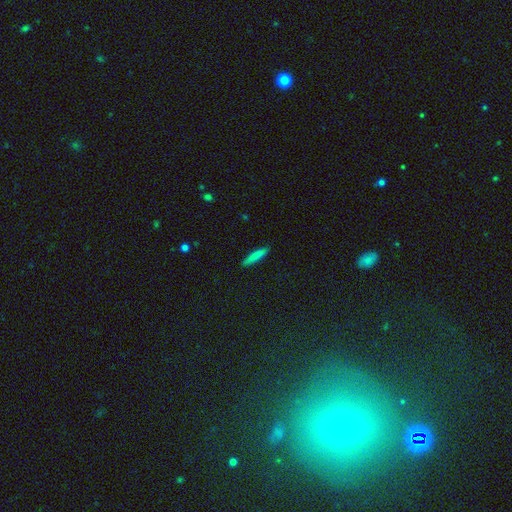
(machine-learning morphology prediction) Smooth or featured? smooth (79%)
How rounded? cigar-shaped (89%)
Merging? none (89%)